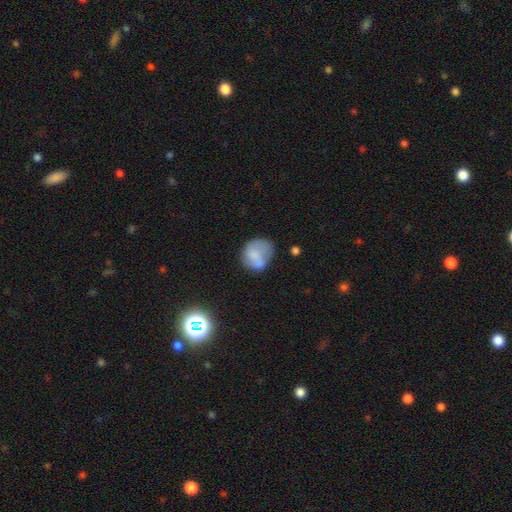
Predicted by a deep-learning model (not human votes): smooth 69%, featured or disk 22%, star or artifact 9%. Down the decision tree: how rounded — round (67%); merging — none (44%).